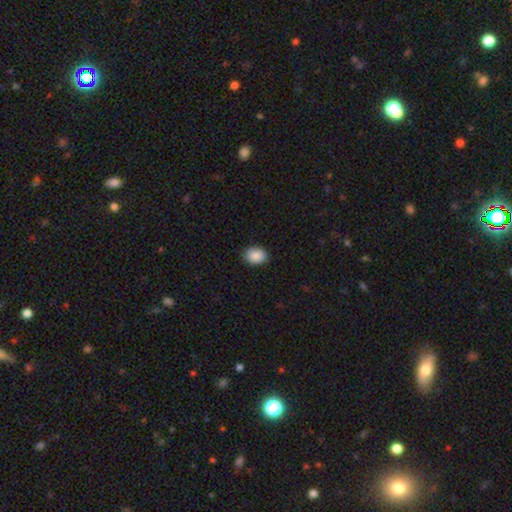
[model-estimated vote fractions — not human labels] smooth 89%, star or artifact 7%, featured or disk 3%. Down the decision tree: how rounded — in between (62%); merging — none (88%).